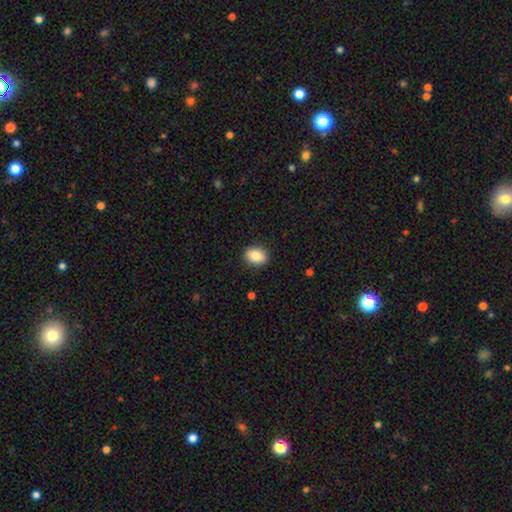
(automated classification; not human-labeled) smooth-or-featured: smooth: 86% | star or artifact: 8% | featured or disk: 6%
  how-rounded: in between: 65% | round: 34% | cigar-shaped: 1%
  merging: none: 90% | minor disturbance: 7% | major disturbance: 2% | merger: 1%